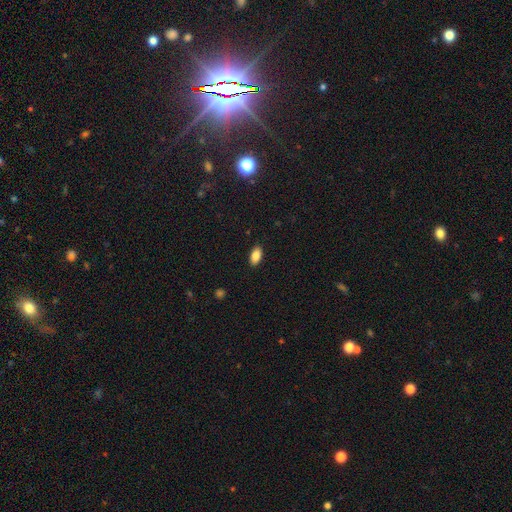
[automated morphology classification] A smooth galaxy with no disk features (86%) that is in between round and cigar-shaped (92%).

Vote fractions:
- Smooth or featured? smooth: 86% / star or artifact: 8% / featured or disk: 7%
- How rounded? in between: 92% / cigar-shaped: 5% / round: 3%
- Merging? none: 89% / minor disturbance: 8% / major disturbance: 2% / merger: 1%